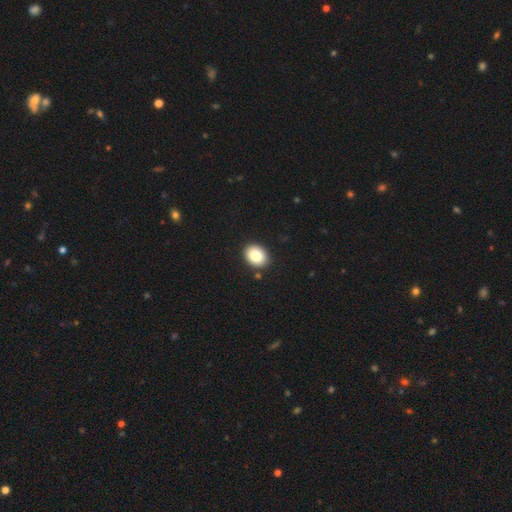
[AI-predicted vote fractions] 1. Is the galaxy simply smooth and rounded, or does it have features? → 84% smooth, 8% star or artifact, 8% featured or disk.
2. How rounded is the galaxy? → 59% in between, 41% round, 1% cigar-shaped.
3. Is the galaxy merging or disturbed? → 89% none, 7% minor disturbance, 2% merger, 2% major disturbance.